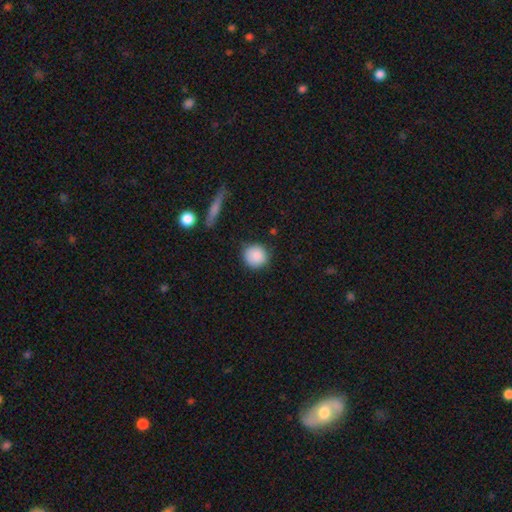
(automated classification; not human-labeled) A smooth galaxy with no disk features (88%) that is round (92%). Merging: none (84%).